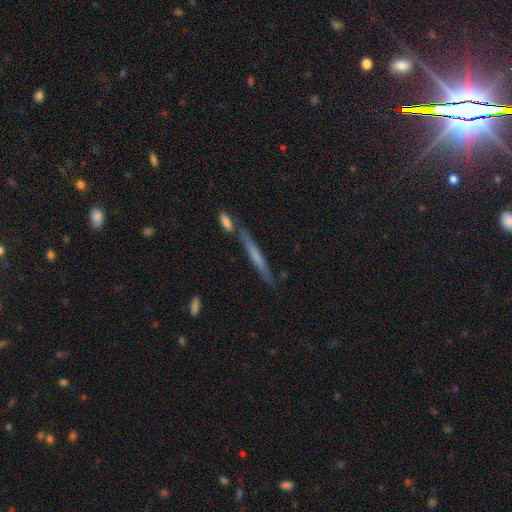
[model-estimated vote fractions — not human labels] A smooth galaxy with no disk features (50%). Merging: none (69%).